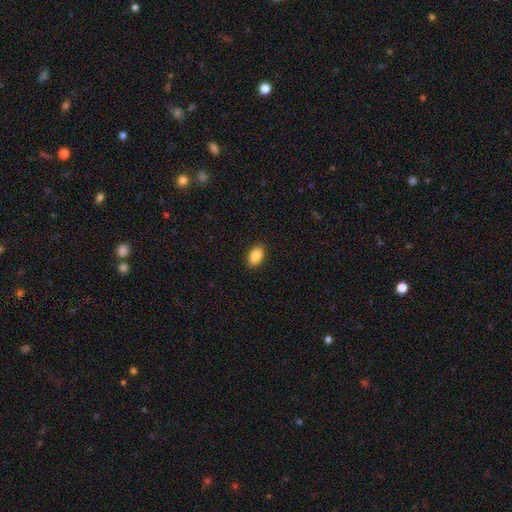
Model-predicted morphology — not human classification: Overall: smooth (88%). How rounded: in between (91%). Merging: none (90%).